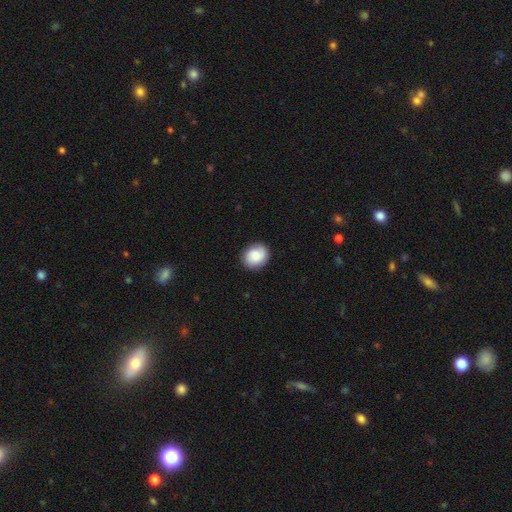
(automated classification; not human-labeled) Smooth or featured?
  - smooth: 72% *
  - featured or disk: 21%
  - star or artifact: 7%
How rounded?
  - round: 68% *
  - in between: 32%
  - cigar-shaped: 1%
Merging?
  - none: 86% *
  - minor disturbance: 10%
  - major disturbance: 3%
  - merger: 1%